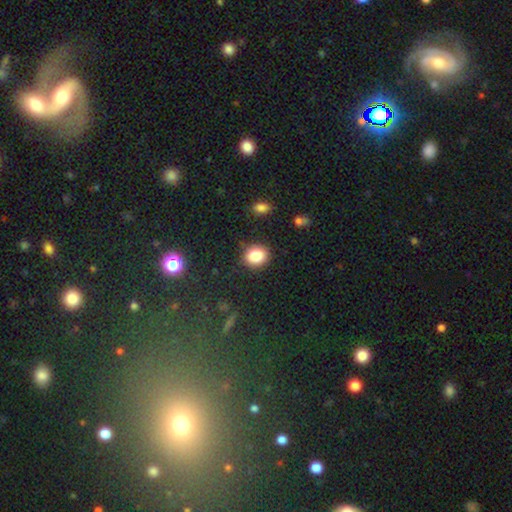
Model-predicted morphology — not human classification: Smooth or featured? smooth (84%)
How rounded? round (58%)
Merging? none (83%)